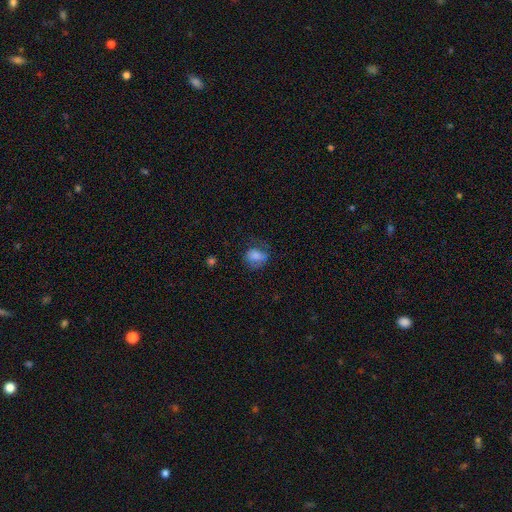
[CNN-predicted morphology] Overall: smooth (71%). How rounded: round (54%; in between 45%). Merging: none (48%; minor disturbance 27%).